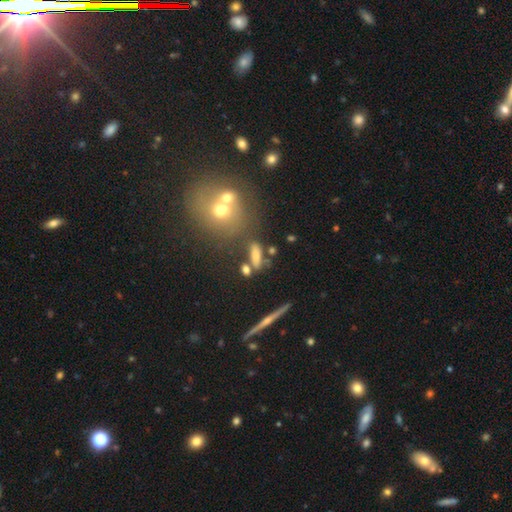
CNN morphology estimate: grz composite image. It shows a smooth galaxy with no disk features (68%) that is in between round and cigar-shaped (50%). Merging: none (59%).